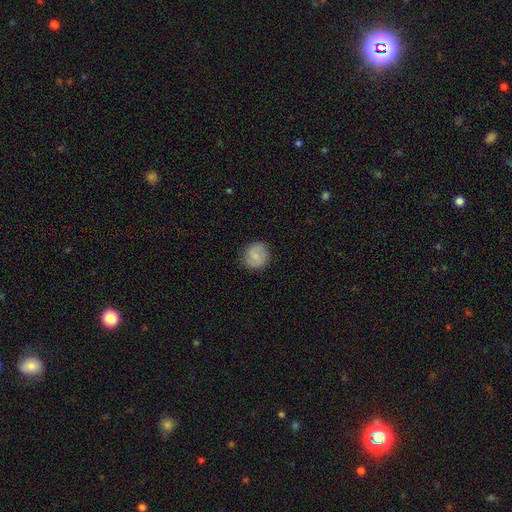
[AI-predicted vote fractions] Smooth or featured: smooth — 71% (featured or disk — 21%)
How rounded: round — 84% (in between — 15%)
Merging: none — 86% (minor disturbance — 10%)